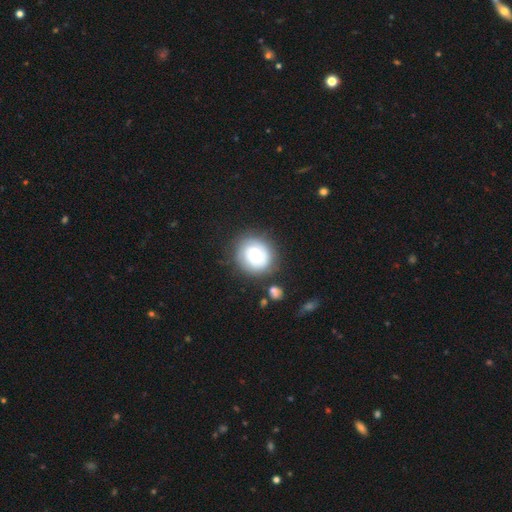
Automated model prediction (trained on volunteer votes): smooth-or-featured: smooth: 51% | featured or disk: 41% | star or artifact: 8%
  how-rounded: round: 87% | in between: 12% | cigar-shaped: 1%
  merging: none: 77% | minor disturbance: 13% | major disturbance: 6% | merger: 4%